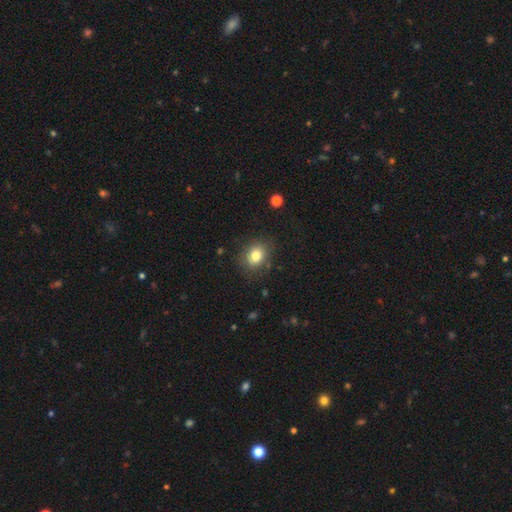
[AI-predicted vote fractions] A smooth galaxy with no disk features (81%) that is round (50%). Merging: none (81%).